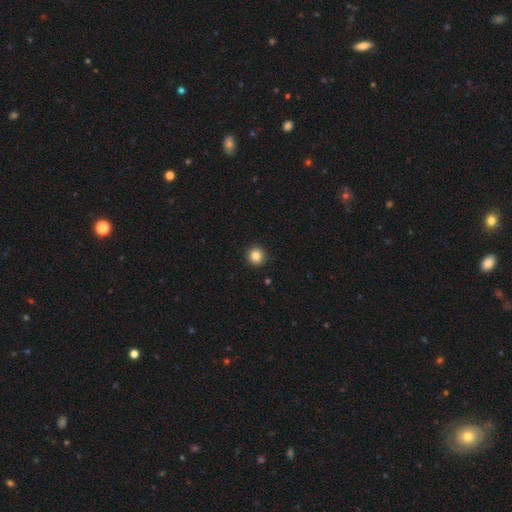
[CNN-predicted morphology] A smooth galaxy with no disk features (85%) that is round (95%).

Vote fractions:
- Smooth or featured? smooth: 85% / star or artifact: 11% / featured or disk: 4%
- How rounded? round: 95% / in between: 4% / cigar-shaped: 1%
- Merging? none: 92% / minor disturbance: 5% / major disturbance: 2% / merger: 1%